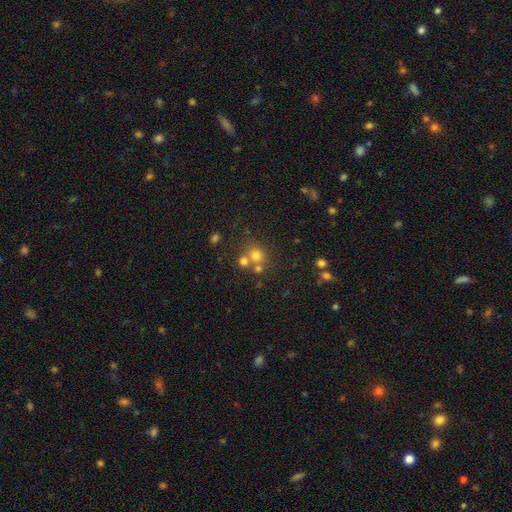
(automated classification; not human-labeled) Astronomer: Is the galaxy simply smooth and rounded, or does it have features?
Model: smooth — 68%.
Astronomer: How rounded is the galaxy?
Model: round — 86%.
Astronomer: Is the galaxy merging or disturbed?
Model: none — 54% (runner-up: merger, 35%).